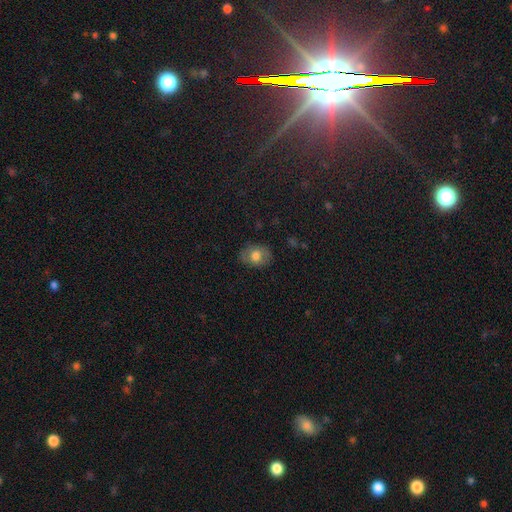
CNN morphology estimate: The model was most divided on "how rounded": in between: 60%, round: 39%, cigar-shaped: 1%. More confident: merging — none (81%); smooth or featured — smooth (71%).